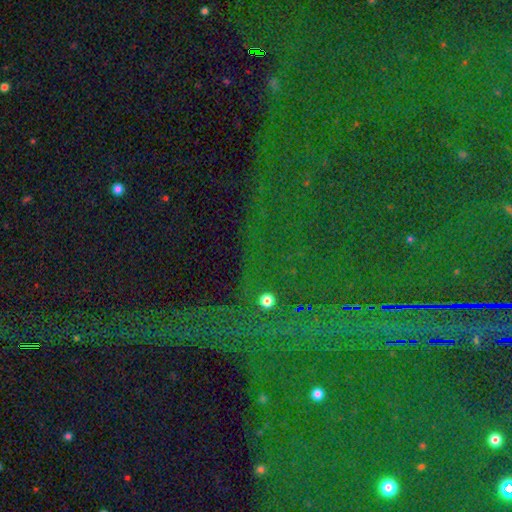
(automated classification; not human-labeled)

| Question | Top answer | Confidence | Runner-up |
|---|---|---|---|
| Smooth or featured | star or artifact | 82% | smooth (10%) |